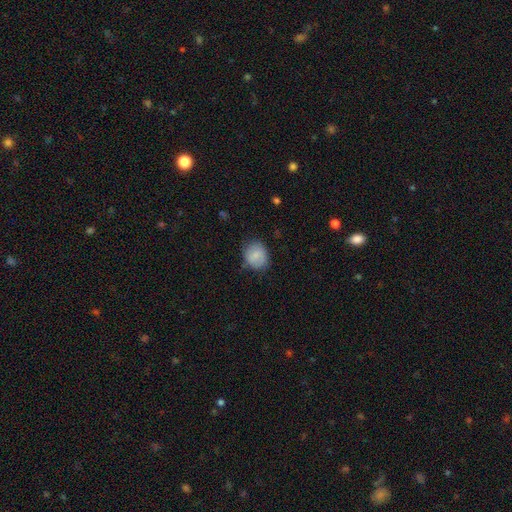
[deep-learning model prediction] Smooth or featured?
  - smooth: 77% *
  - featured or disk: 16%
  - star or artifact: 7%
How rounded?
  - round: 66% *
  - in between: 33%
  - cigar-shaped: 1%
Merging?
  - none: 71% *
  - minor disturbance: 22%
  - major disturbance: 5%
  - merger: 2%